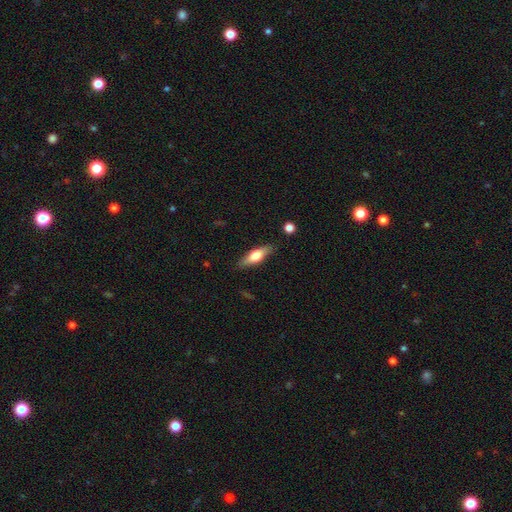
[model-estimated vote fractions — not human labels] Smooth or featured? smooth (54%)
How rounded? cigar-shaped (50%)
Merging? none (85%)